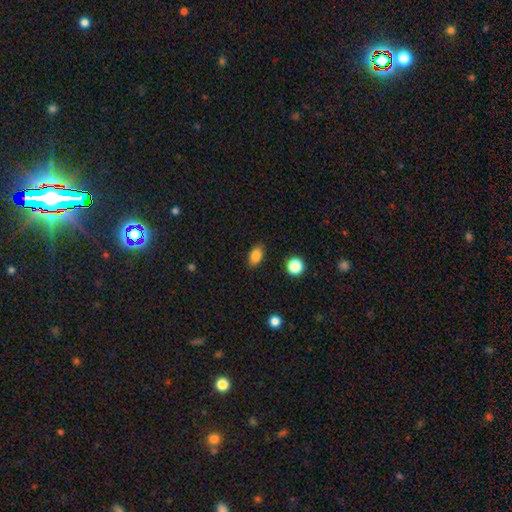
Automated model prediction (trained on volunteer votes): Smooth or featured: smooth — 85% (star or artifact — 10%)
How rounded: in between — 85% (round — 12%)
Merging: none — 86% (minor disturbance — 10%)